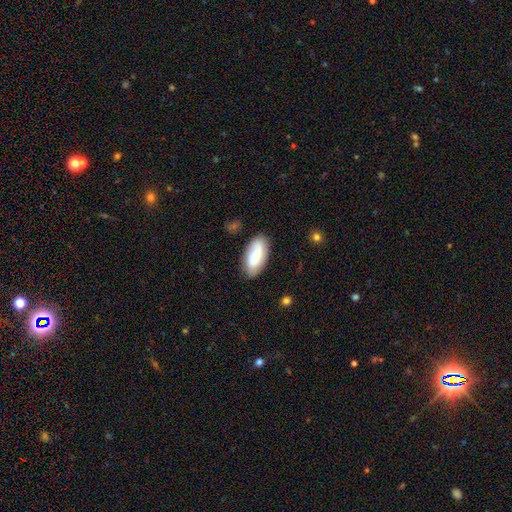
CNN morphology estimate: This is likely a smooth galaxy (71%). How rounded: clearly in between (91%). Merging: likely none (79%).